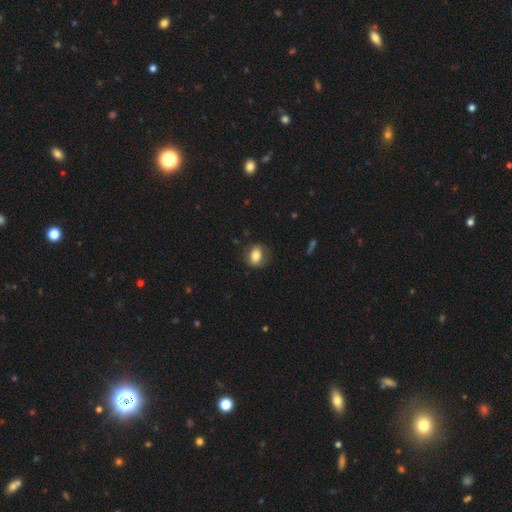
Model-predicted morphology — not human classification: This appears to be a smooth galaxy with no disk features (78%) that is in between round and cigar-shaped (66%). Merging: none (73%).